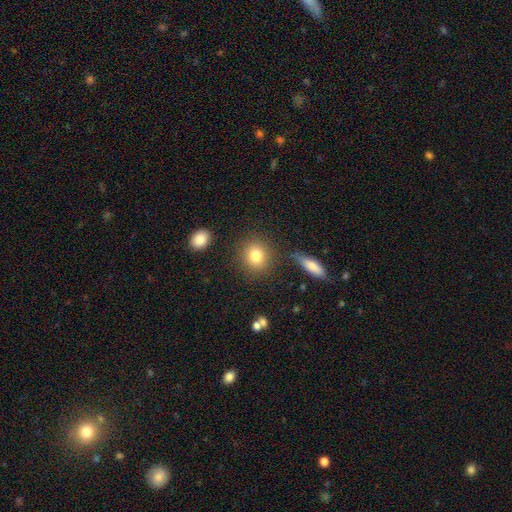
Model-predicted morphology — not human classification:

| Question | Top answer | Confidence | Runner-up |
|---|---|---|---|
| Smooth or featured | smooth | 81% | star or artifact (10%) |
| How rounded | round | 81% | in between (17%) |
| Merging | none | 85% | minor disturbance (8%) |